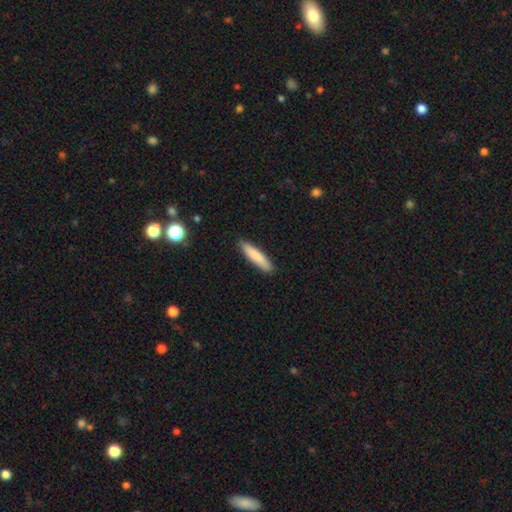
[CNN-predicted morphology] Smooth or featured? Predicted: smooth (p=0.83). How rounded? Predicted: cigar-shaped (p=0.84). Merging? Predicted: none (p=0.89).